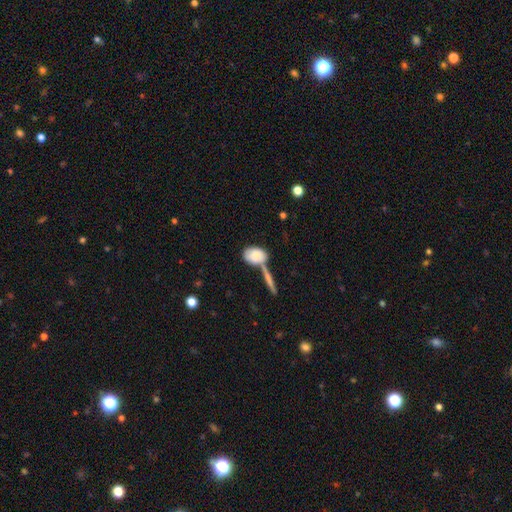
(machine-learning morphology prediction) smooth_or_featured: smooth (p=0.80) [alt: featured or disk p=0.14]
how_rounded: in between (p=0.83) [alt: round p=0.13]
merging: none (p=0.43) [alt: merger p=0.35]